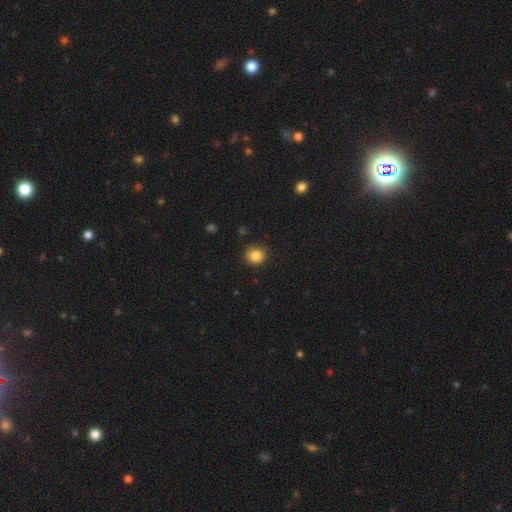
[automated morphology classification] A smooth galaxy with no disk features (85%) that is round (91%). Merging: none (87%).